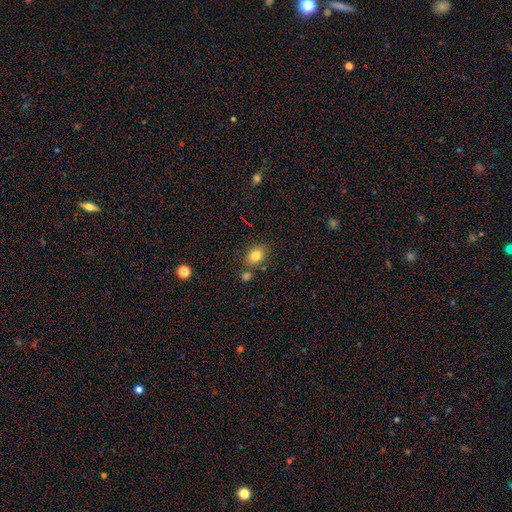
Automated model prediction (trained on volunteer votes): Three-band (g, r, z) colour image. It shows a smooth galaxy with no disk features (81%) that is in between round and cigar-shaped (61%). Merging: none (76%).